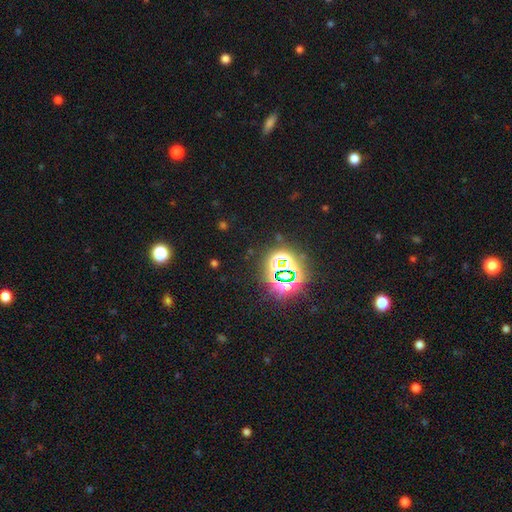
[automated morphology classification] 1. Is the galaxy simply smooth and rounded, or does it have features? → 82% star or artifact, 11% smooth, 7% featured or disk.